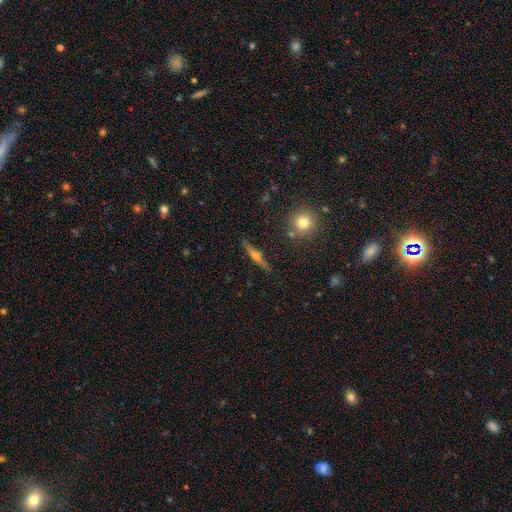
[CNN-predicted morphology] A featured or disk galaxy (64%) viewed edge-on (95%) with a rounded central bulge (88%). Merging: none (87%).